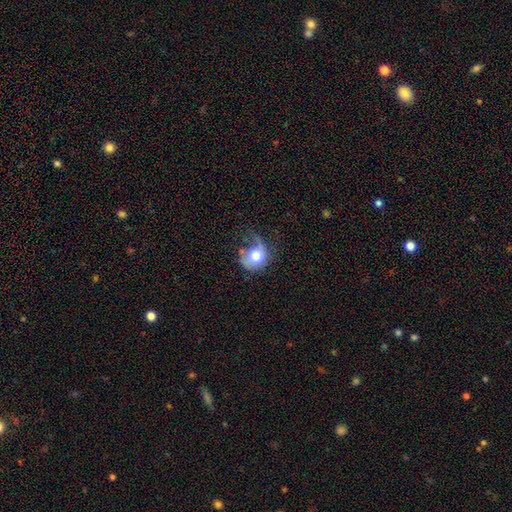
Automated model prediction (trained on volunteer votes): smooth 63%, featured or disk 29%, star or artifact 9%. Down the decision tree: how rounded — round (73%); merging — major disturbance (33%, tied with none).